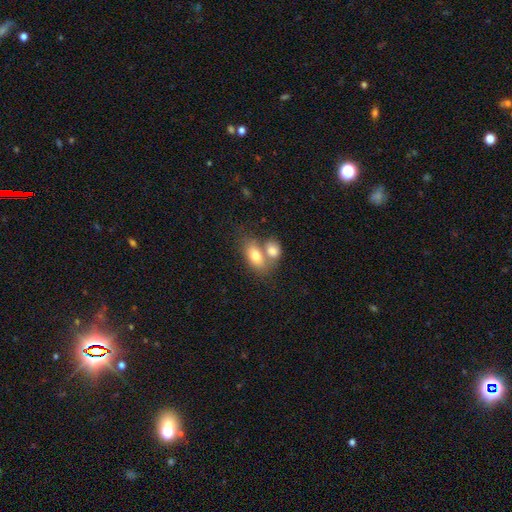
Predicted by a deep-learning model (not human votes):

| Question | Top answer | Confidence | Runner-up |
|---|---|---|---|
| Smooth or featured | smooth | 75% | featured or disk (17%) |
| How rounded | in between | 85% | round (11%) |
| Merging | merger | 58% | none (30%) |